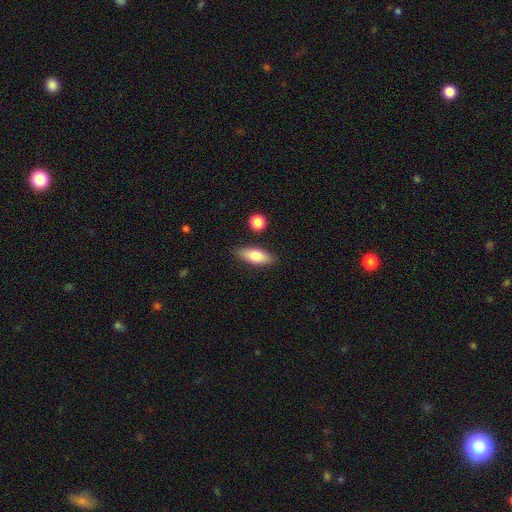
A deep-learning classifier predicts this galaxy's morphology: Smooth or featured? Predicted: smooth (p=0.77). How rounded? Predicted: in between (p=0.76). Merging? Predicted: none (p=0.83).